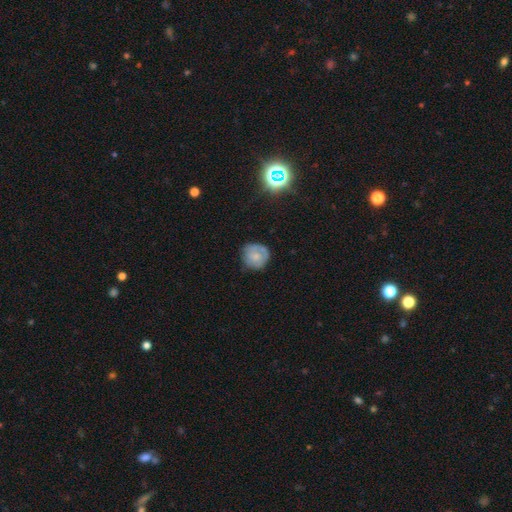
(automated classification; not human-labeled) Overall: smooth (61%; featured or disk 30%). How rounded: round (87%). Merging: none (69%).